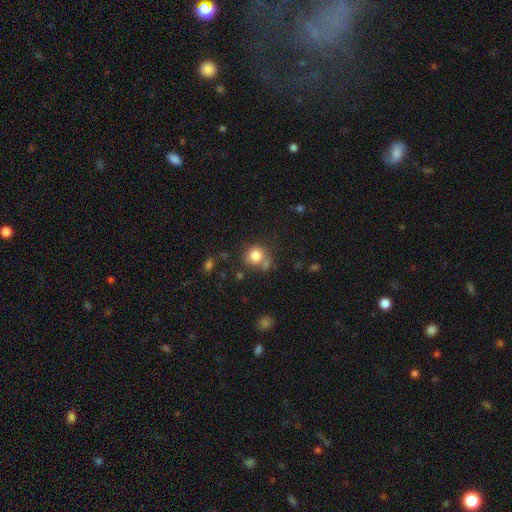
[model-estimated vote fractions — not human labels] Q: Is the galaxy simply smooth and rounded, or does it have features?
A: smooth — 81%.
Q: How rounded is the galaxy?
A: round — 80%.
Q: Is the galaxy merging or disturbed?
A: none — 59%.